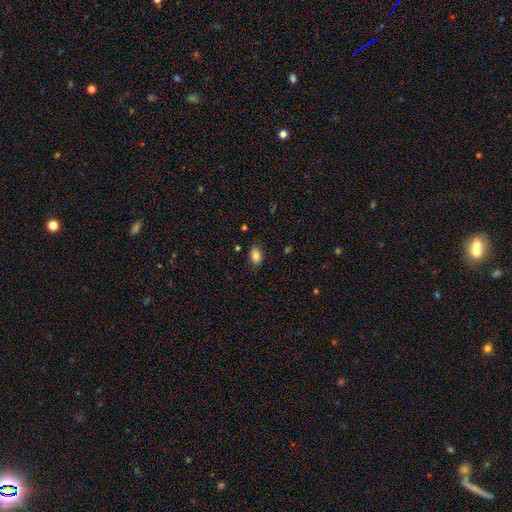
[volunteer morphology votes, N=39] smooth 87%, featured or disk 10%, star or artifact 3%. Down the decision tree: how rounded — in between (76%); merging — none (68%).